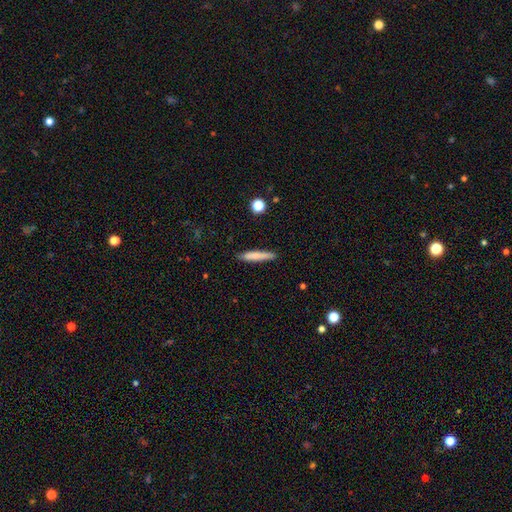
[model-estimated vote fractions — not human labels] Q: Smooth or featured?
A: smooth (76%); runner-up: featured or disk (17%)
Q: How rounded?
A: cigar-shaped (91%); runner-up: in between (8%)
Q: Merging?
A: none (85%); runner-up: minor disturbance (11%)